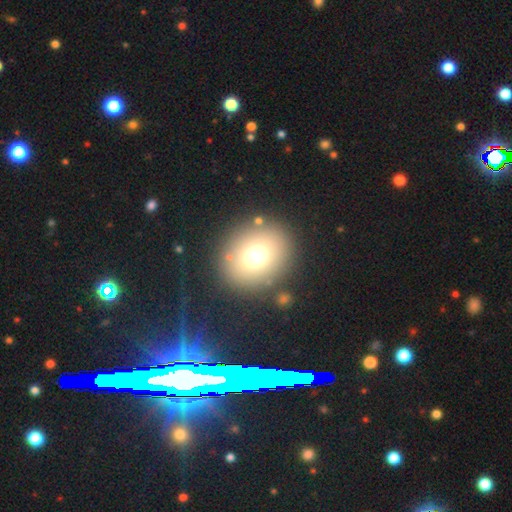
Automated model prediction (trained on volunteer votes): smooth 72%, star or artifact 15%, featured or disk 13%. Down the decision tree: how rounded — round (71%); merging — none (84%).